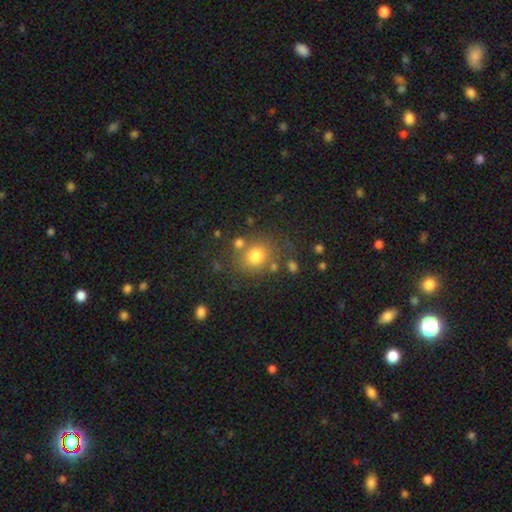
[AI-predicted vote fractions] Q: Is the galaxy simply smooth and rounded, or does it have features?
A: smooth — 76%.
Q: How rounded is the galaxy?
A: round — 73%.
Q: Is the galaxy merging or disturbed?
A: none — 72%.